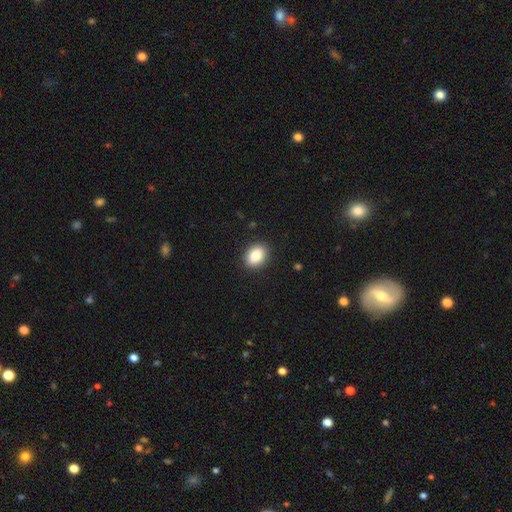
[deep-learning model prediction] Smooth or featured: smooth — 85% (star or artifact — 8%)
How rounded: in between — 71% (round — 28%)
Merging: none — 90% (minor disturbance — 7%)